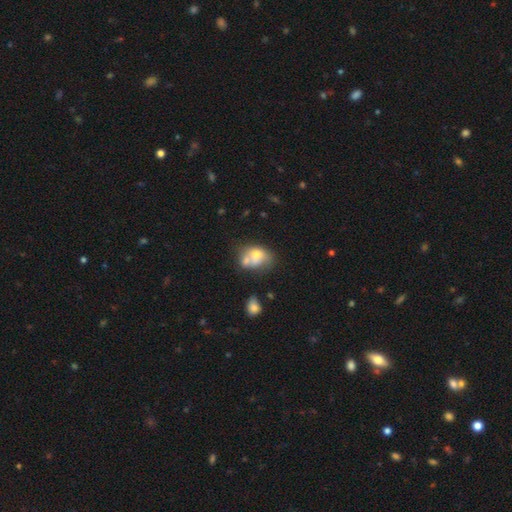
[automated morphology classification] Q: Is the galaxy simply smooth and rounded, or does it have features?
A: smooth — 64%.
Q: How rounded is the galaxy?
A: in between — 60%.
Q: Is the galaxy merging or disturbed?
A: merger — 50%.